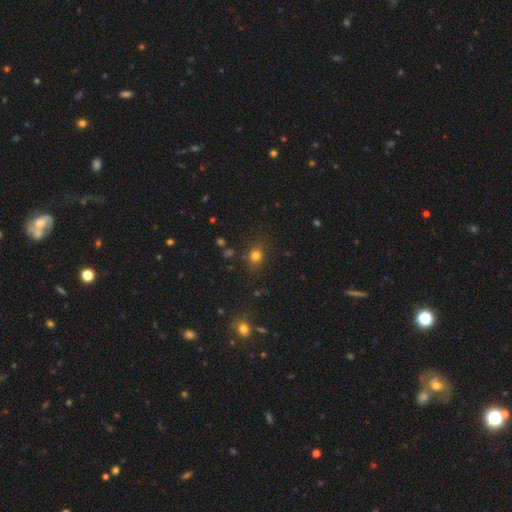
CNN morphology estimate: This appears to be a smooth galaxy with no disk features (75%) that is round (67%). Merging: none (78%).